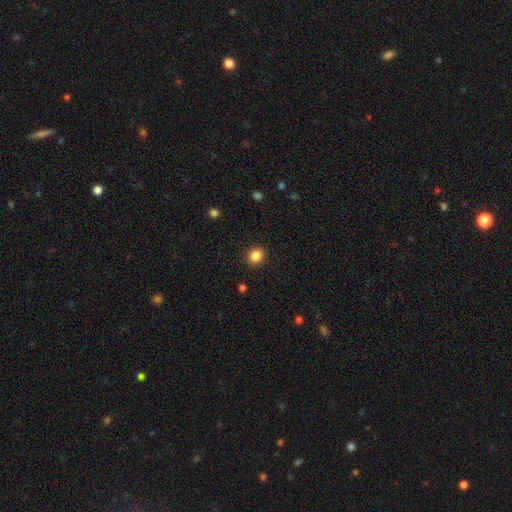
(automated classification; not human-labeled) smooth 86%, star or artifact 10%, featured or disk 4%. Down the decision tree: how rounded — round (77%); merging — none (91%).